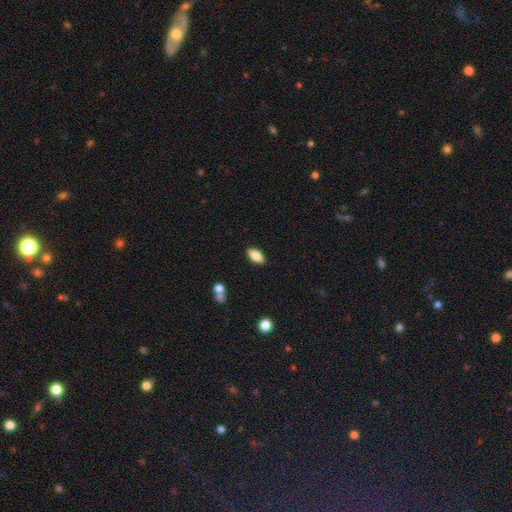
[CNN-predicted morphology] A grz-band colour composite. It shows a smooth galaxy with no disk features (80%) that is in between round and cigar-shaped (88%). Merging: none (88%).